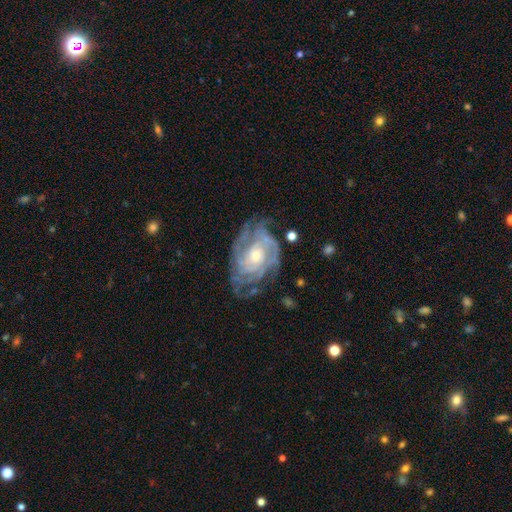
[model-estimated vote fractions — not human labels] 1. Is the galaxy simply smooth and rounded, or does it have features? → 88% featured or disk, 7% smooth, 6% star or artifact.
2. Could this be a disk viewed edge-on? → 96% no, 4% yes.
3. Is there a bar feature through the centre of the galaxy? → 73% no, 22% weak, 6% strong.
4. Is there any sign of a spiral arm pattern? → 95% yes, 5% no.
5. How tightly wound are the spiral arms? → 66% tight, 27% medium, 6% loose.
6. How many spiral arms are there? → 35% can't tell, 20% 4, 17% 3, 13% 2, 9% more than 4, 6% 1.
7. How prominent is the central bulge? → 54% small, 42% moderate, 2% large, 1% none, 1% dominant.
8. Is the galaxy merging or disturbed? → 66% none, 20% minor disturbance, 11% major disturbance, 2% merger.